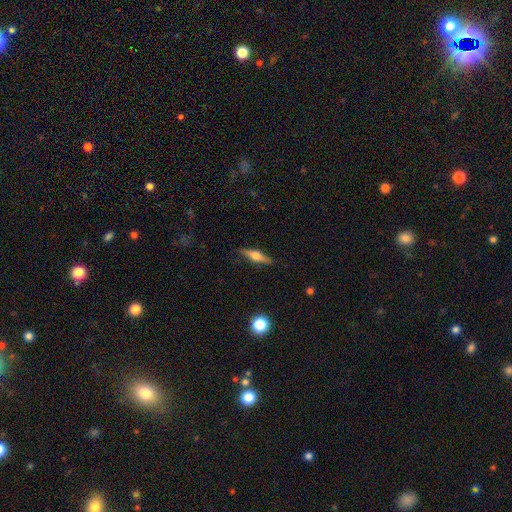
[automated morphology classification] smooth-or-featured: featured or disk: 61% | smooth: 32% | star or artifact: 7%
  disk-edge-on: yes: 96% | no: 4%
    edge-on-bulge: rounded: 92% | boxy: 5% | none: 2%
  merging: none: 87% | minor disturbance: 9% | major disturbance: 2% | merger: 1%